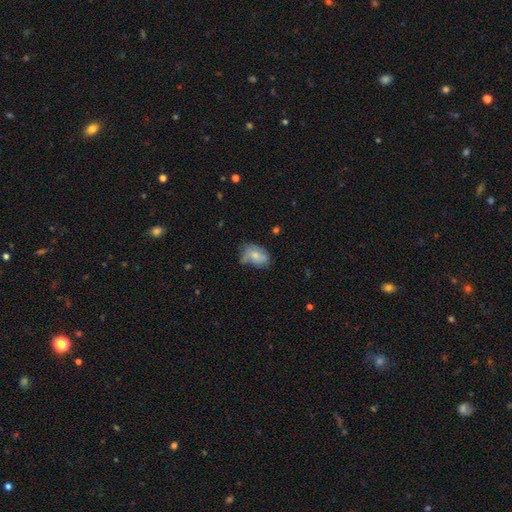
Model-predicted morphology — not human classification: This is likely a smooth galaxy (67%). How rounded: clearly in between (85%). Merging: possibly none (45%).